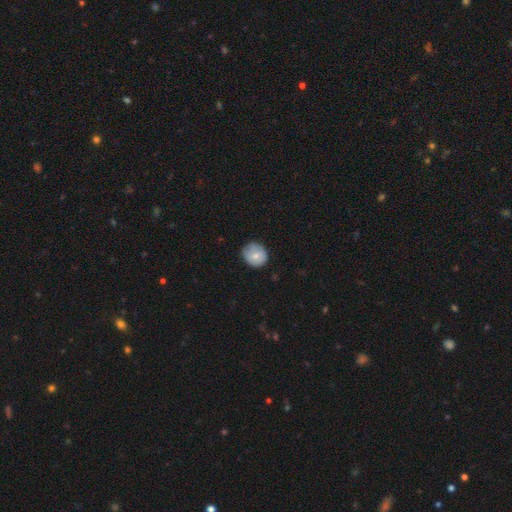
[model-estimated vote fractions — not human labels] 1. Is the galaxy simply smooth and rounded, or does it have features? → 72% smooth, 21% featured or disk, 7% star or artifact.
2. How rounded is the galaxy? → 80% round, 19% in between, 1% cigar-shaped.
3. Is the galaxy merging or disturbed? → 71% none, 23% minor disturbance, 5% major disturbance, 1% merger.